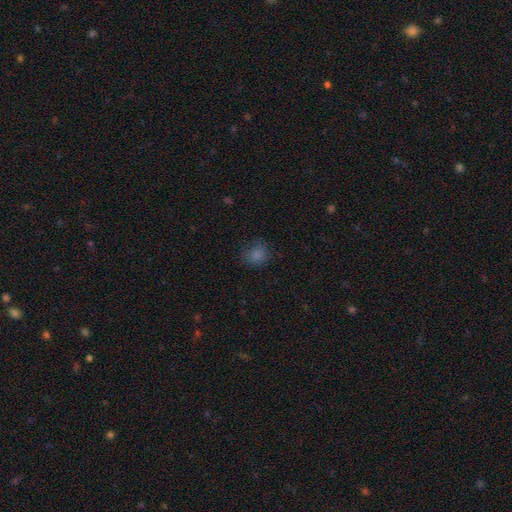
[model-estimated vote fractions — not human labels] Overall: smooth (75%). How rounded: round (78%). Merging: none (79%).